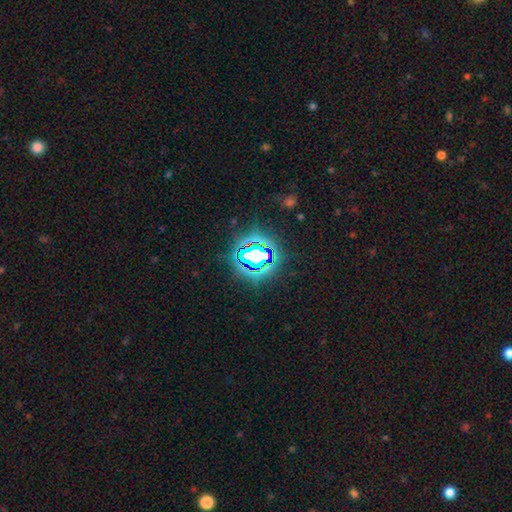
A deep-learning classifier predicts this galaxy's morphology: Smooth or featured? Predicted: star or artifact (p=0.73).